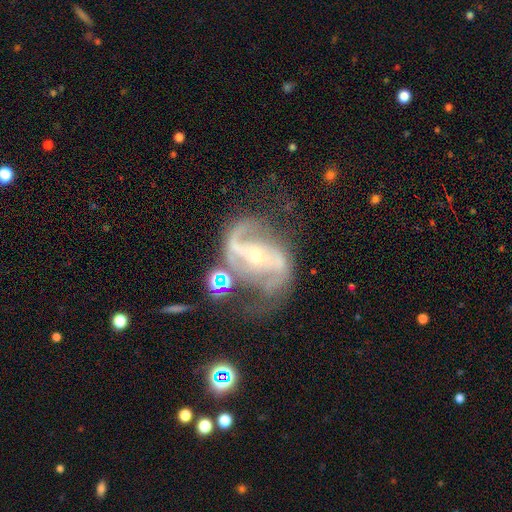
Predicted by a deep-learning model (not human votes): Smooth or featured?
  - featured or disk: 87% *
  - star or artifact: 8%
  - smooth: 5%
Edge-on disk?
  - no: 97% *
  - yes: 3%
Bar?
  - strong: 42% *
  - weak: 29%
  - no: 29%
Spiral arms?
  - yes: 94% *
  - no: 6%
Spiral winding?
  - medium: 48% *
  - loose: 38%
  - tight: 15%
Spiral arm count?
  - 2: 86% *
  - can't tell: 5%
  - 1: 3%
  - 3: 3%
  - 4: 1%
  - more than 4: 1%
Bulge size?
  - small: 74% *
  - moderate: 21%
  - none: 2%
  - large: 2%
  - dominant: 1%
Merging?
  - none: 47% *
  - major disturbance: 24%
  - minor disturbance: 21%
  - merger: 8%